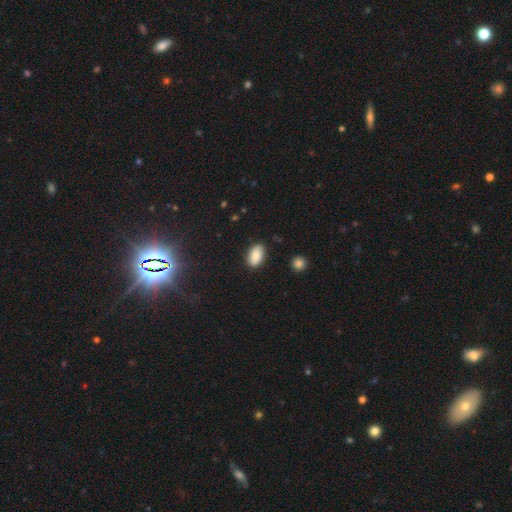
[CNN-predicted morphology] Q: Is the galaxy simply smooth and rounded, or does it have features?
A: smooth — 87%.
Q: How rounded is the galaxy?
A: in between — 93%.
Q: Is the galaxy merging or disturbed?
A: none — 85%.